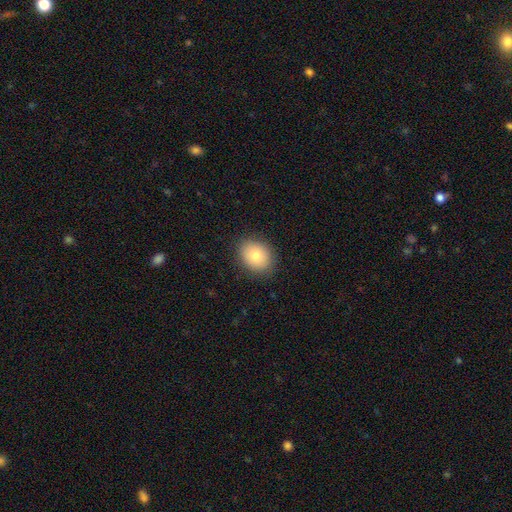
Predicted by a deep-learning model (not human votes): Morphology: type=smooth (79%); roundness=round (53%); merging=none (87%).